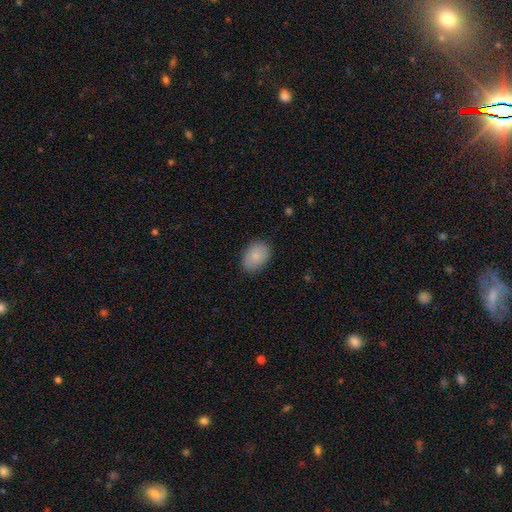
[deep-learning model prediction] smooth 85%, featured or disk 8%, star or artifact 7%. Down the decision tree: how rounded — in between (82%); merging — none (83%).